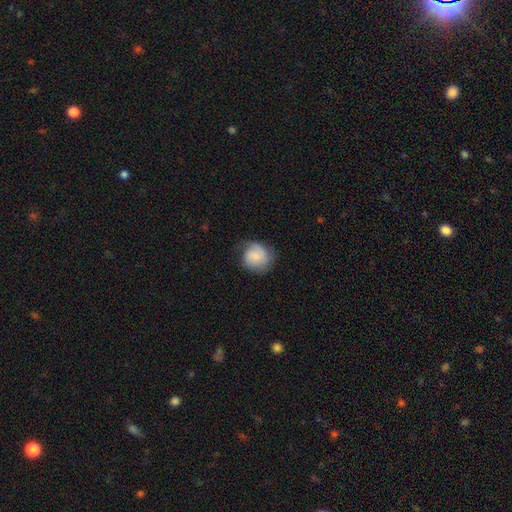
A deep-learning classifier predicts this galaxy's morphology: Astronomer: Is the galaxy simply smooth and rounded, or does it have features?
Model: smooth — 71%.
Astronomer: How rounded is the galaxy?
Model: round — 79%.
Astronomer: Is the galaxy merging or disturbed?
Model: none — 61%.